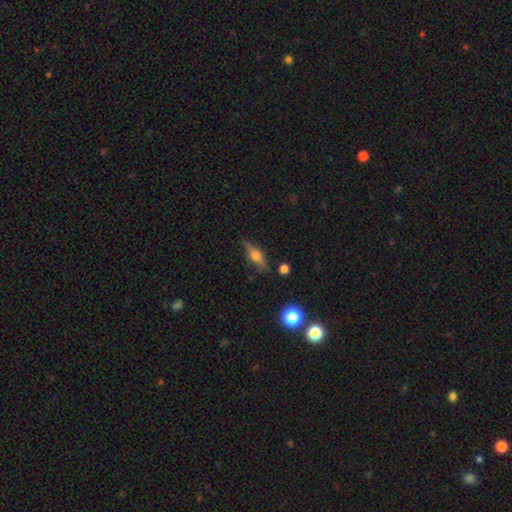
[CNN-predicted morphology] smooth-or-featured: featured or disk: 59% | smooth: 32% | star or artifact: 9%
  disk-edge-on: yes: 94% | no: 6%
    edge-on-bulge: rounded: 88% | boxy: 9% | none: 3%
  merging: none: 83% | minor disturbance: 12% | major disturbance: 3% | merger: 2%